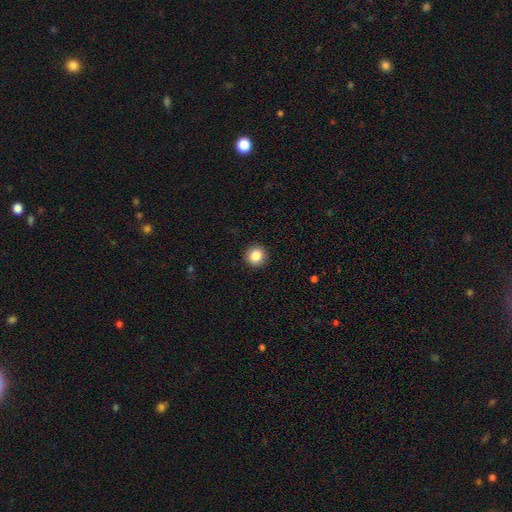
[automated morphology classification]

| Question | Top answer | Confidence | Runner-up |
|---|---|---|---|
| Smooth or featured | smooth | 86% | star or artifact (9%) |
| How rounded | round | 91% | in between (8%) |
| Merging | none | 92% | minor disturbance (5%) |